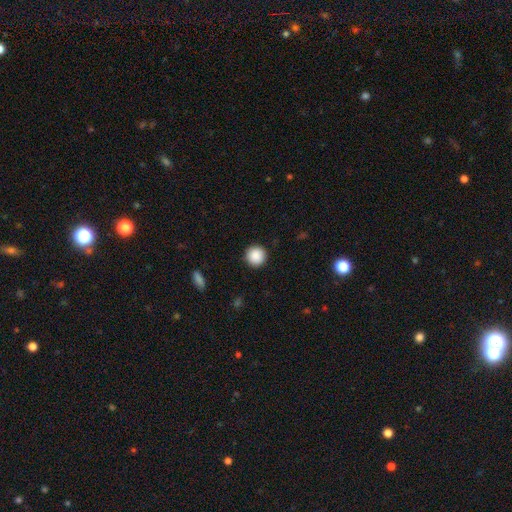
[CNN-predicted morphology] Overall: smooth (89%). How rounded: round (96%). Merging: none (92%).